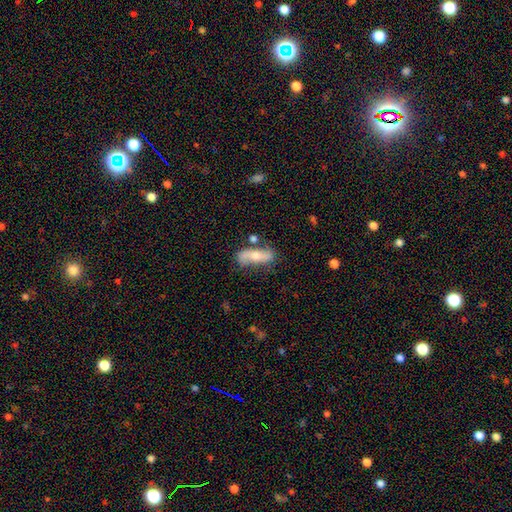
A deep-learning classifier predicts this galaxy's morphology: A featured or disk galaxy (51%).

Vote fractions:
- Smooth or featured? featured or disk: 51% / smooth: 42% / star or artifact: 6%
- Edge-on disk? no: 76% / yes: 24%
- Merging? none: 63% / minor disturbance: 21% / merger: 9% / major disturbance: 7%